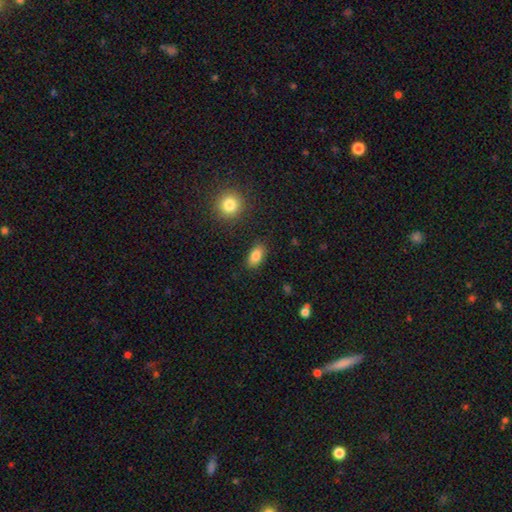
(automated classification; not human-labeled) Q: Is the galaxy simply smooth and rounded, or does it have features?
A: smooth — 85%.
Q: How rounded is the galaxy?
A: in between — 89%.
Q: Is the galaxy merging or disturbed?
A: none — 86%.